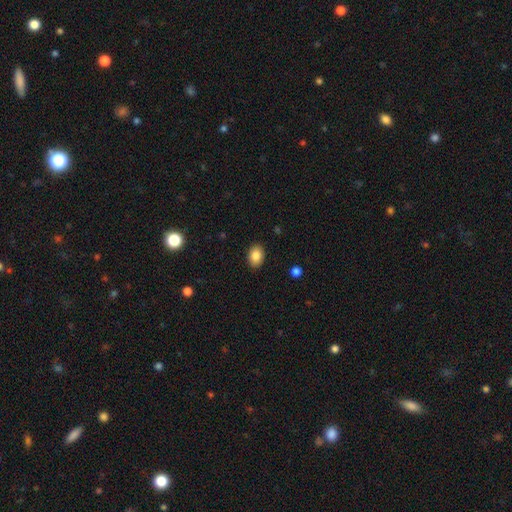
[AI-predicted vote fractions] The model was most divided on "how rounded": in between: 74%, round: 25%, cigar-shaped: 1%. More confident: merging — none (89%); smooth or featured — smooth (86%).